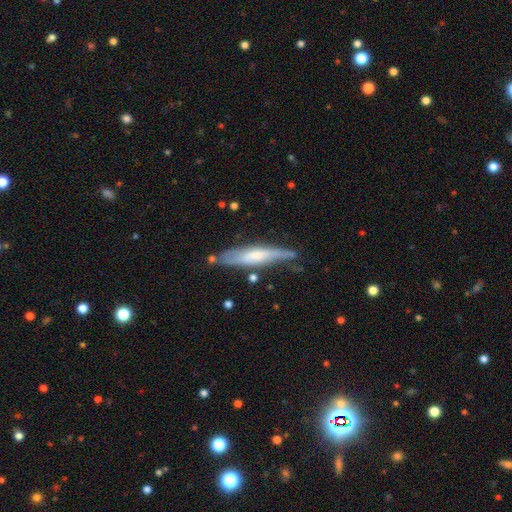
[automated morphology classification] A featured or disk galaxy (51%) viewed edge-on (73%). Merging: none (64%).